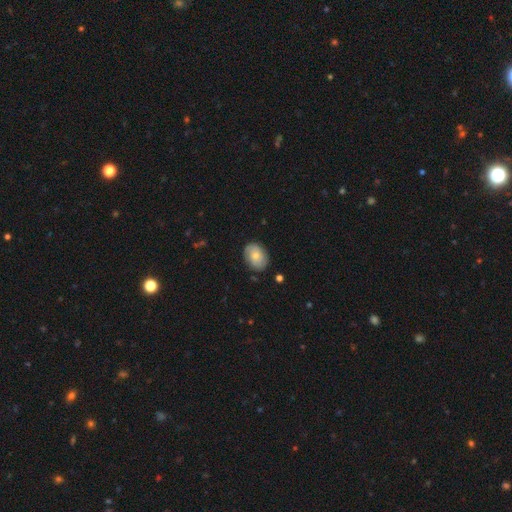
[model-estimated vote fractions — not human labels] smooth-or-featured: smooth: 60% | featured or disk: 33% | star or artifact: 7%
  how-rounded: in between: 74% | round: 25% | cigar-shaped: 1%
  merging: none: 81% | minor disturbance: 15% | major disturbance: 3% | merger: 1%